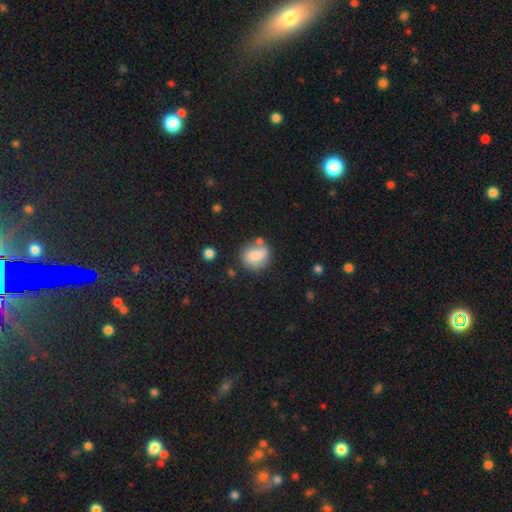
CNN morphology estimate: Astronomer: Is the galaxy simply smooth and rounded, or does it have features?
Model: smooth — 72%.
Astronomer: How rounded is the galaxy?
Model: round — 74%.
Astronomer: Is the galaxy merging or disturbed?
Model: none — 58%.